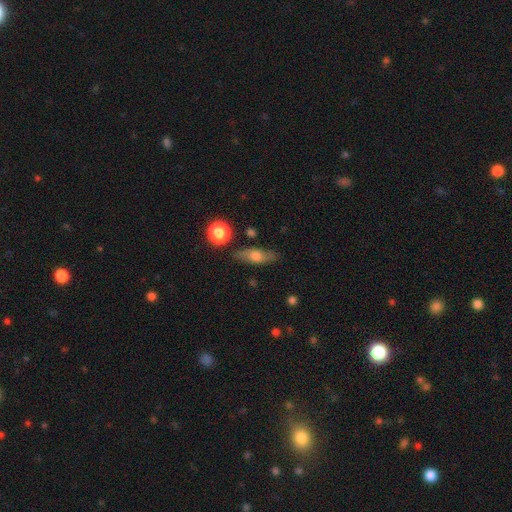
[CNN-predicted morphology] smooth 58%, featured or disk 34%, star or artifact 8%. Down the decision tree: how rounded — in between (55%); merging — none (81%).